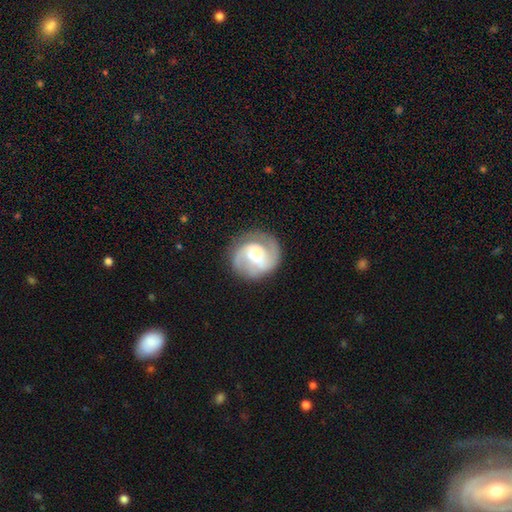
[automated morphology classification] This appears to be a featured or disk galaxy (78%) with a weak bar (43%), 2 (79%) medium (48%) spiral arms (94%) and a large central bulge (27%). Merging: none (74%).